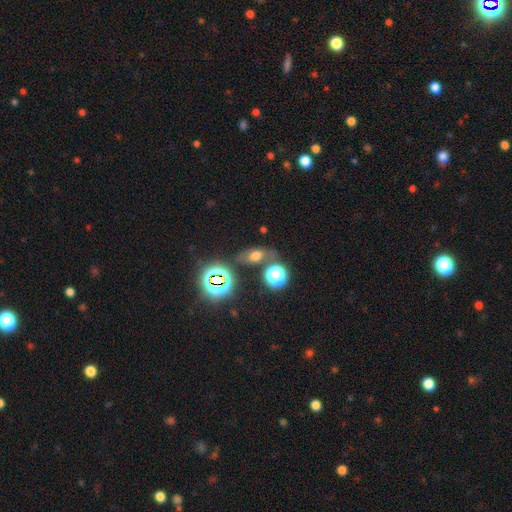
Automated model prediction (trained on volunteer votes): Q: Smooth or featured?
A: smooth (55%); runner-up: star or artifact (28%)
Q: How rounded?
A: in between (72%); runner-up: round (23%)
Q: Merging?
A: none (66%); runner-up: minor disturbance (16%)